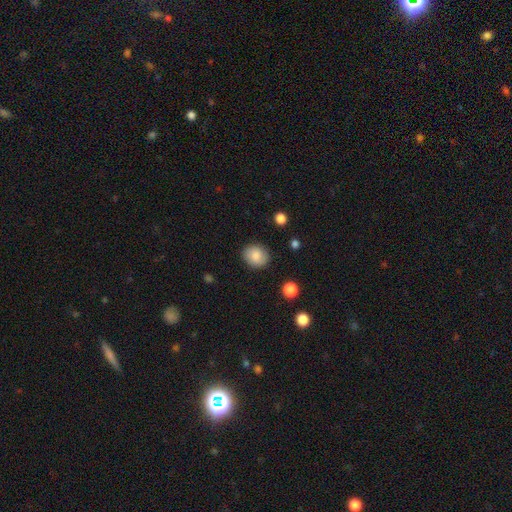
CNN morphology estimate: Q: Smooth or featured?
A: smooth (82%); runner-up: featured or disk (9%)
Q: How rounded?
A: round (67%); runner-up: in between (32%)
Q: Merging?
A: none (83%); runner-up: minor disturbance (12%)